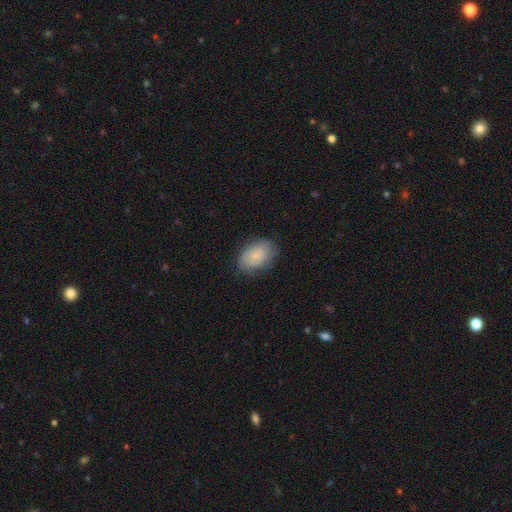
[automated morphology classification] A smooth galaxy with no disk features (76%) that is in between round and cigar-shaped (88%). Merging: none (74%).